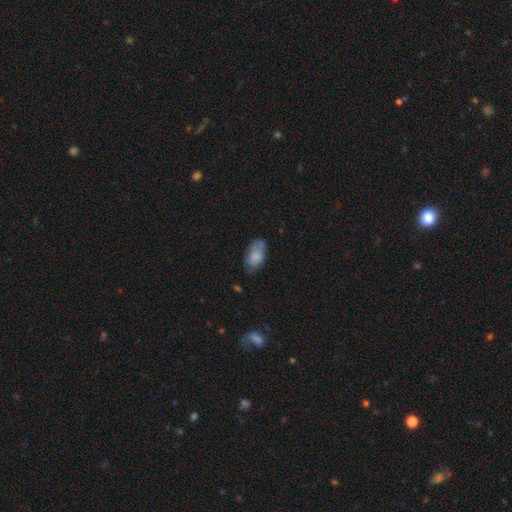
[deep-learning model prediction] This is likely a smooth galaxy (72%). How rounded: clearly in between (92%). Merging: possibly none (54%).